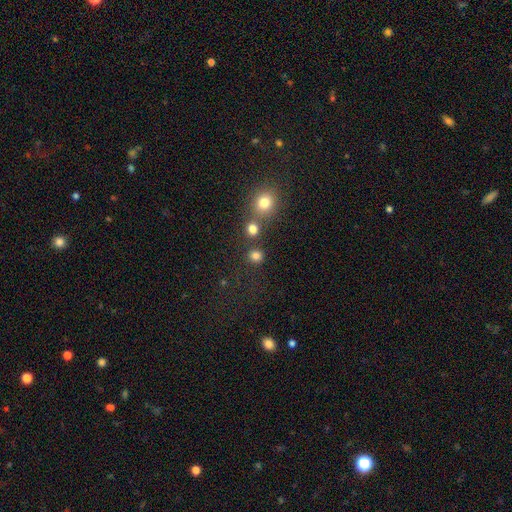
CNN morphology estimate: A smooth galaxy with no disk features (80%) that is round (88%). Merging: none (77%).